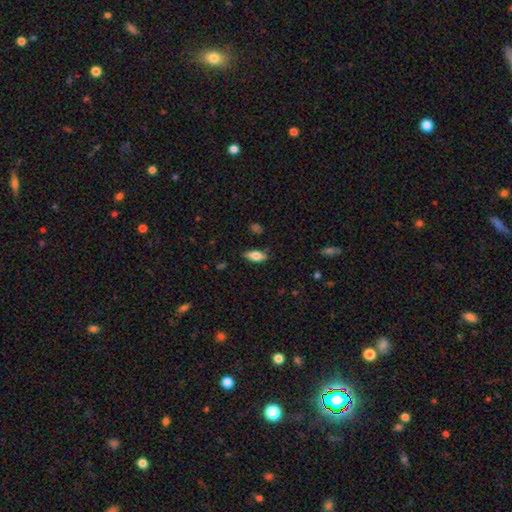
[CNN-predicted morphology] smooth 72%, featured or disk 21%, star or artifact 7%. Down the decision tree: how rounded — in between (80%); merging — none (78%).